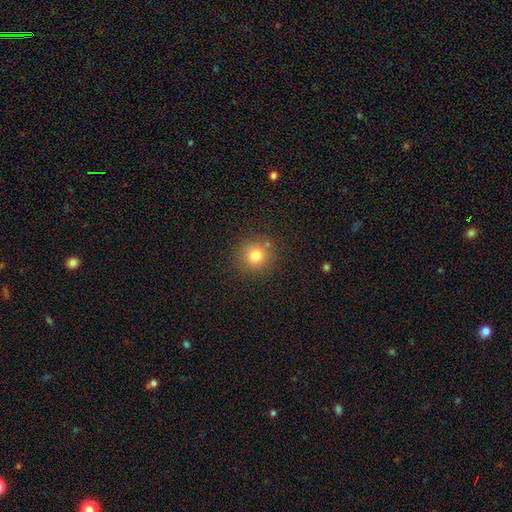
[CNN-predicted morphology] smooth-or-featured: smooth: 79% | star or artifact: 13% | featured or disk: 8%
  how-rounded: round: 92% | in between: 7% | cigar-shaped: 1%
  merging: none: 85% | minor disturbance: 9% | merger: 3% | major disturbance: 3%